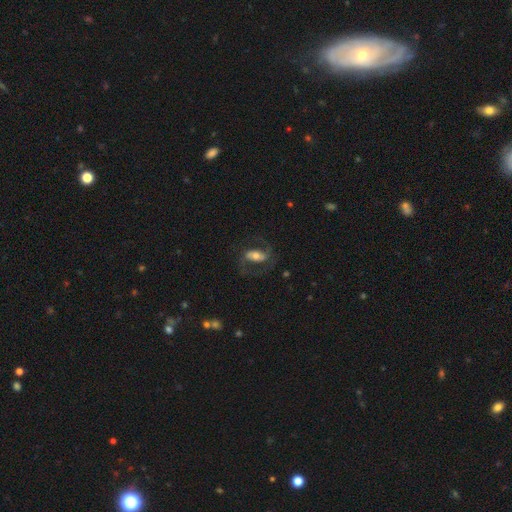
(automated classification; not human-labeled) The model was most divided on "bar": strong: 43%, weak: 32%, no: 25%. More confident: edge-on disk — no (94%); spiral arm count — 2 (89%); spiral arms — yes (85%); merging — none (66%); smooth or featured — featured or disk (64%); bulge size — moderate (56%); spiral winding — medium (51%).